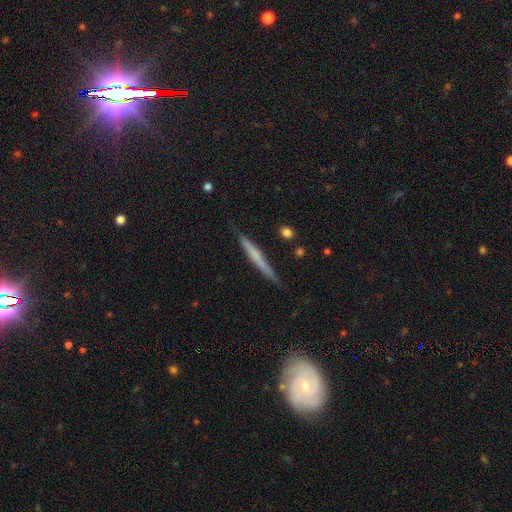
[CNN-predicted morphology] Smooth or featured? Predicted: featured or disk (p=0.48). Merging? Predicted: none (p=0.82).